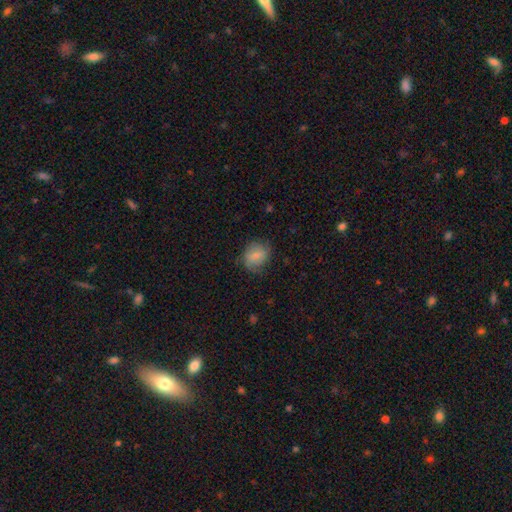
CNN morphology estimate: smooth 76%, featured or disk 16%, star or artifact 8%. Down the decision tree: how rounded — round (60%); merging — none (69%).